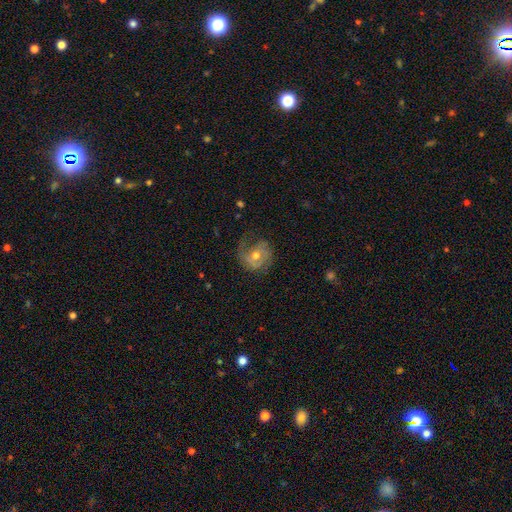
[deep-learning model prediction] A featured or disk galaxy (67%) with no bar (67%), 2 (50%) medium (43%) spiral arms (86%) and a moderate central bulge (69%). Merging: none (54%).